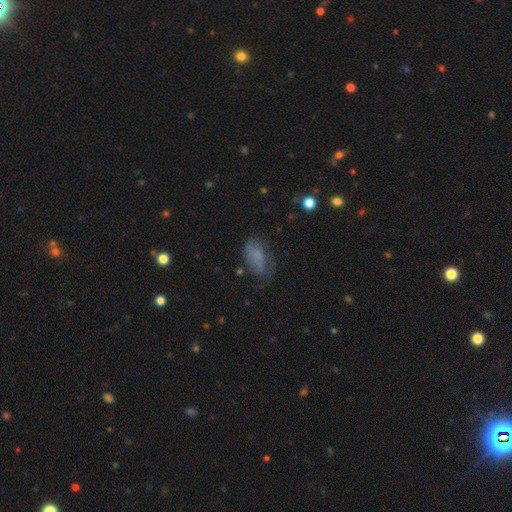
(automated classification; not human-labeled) Smooth or featured? Predicted: smooth (p=0.66). How rounded? Predicted: in between (p=0.88). Merging? Predicted: none (p=0.47).